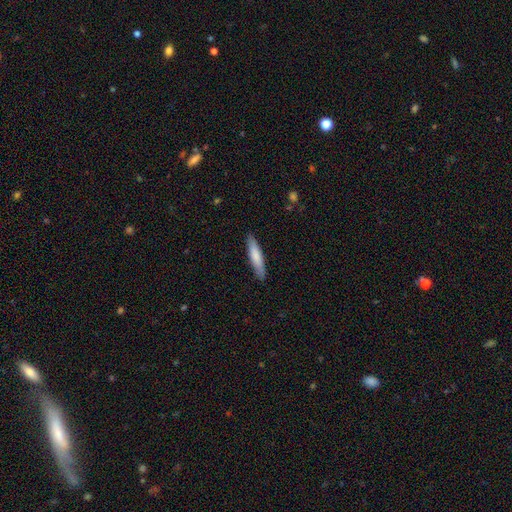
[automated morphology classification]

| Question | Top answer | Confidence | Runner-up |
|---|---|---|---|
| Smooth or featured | smooth | 77% | featured or disk (18%) |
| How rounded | cigar-shaped | 85% | in between (14%) |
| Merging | none | 89% | minor disturbance (9%) |